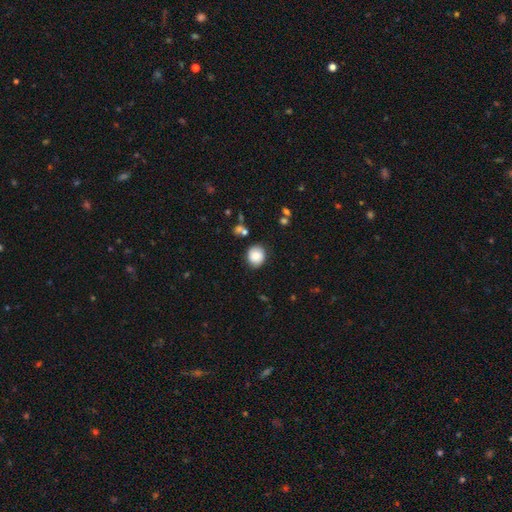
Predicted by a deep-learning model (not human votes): A smooth galaxy with no disk features (81%) that is round (74%).

Vote fractions:
- Smooth or featured? smooth: 81% / featured or disk: 11% / star or artifact: 9%
- How rounded? round: 74% / in between: 25% / cigar-shaped: 1%
- Merging? none: 82% / minor disturbance: 12% / major disturbance: 3% / merger: 3%